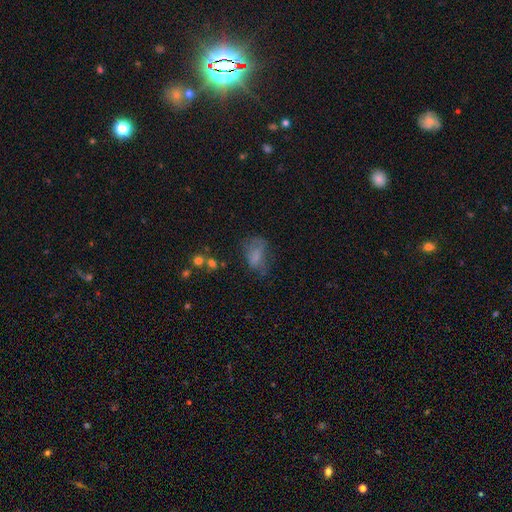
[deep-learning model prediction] Smooth or featured? smooth (63%)
How rounded? in between (83%)
Merging? none (39%)